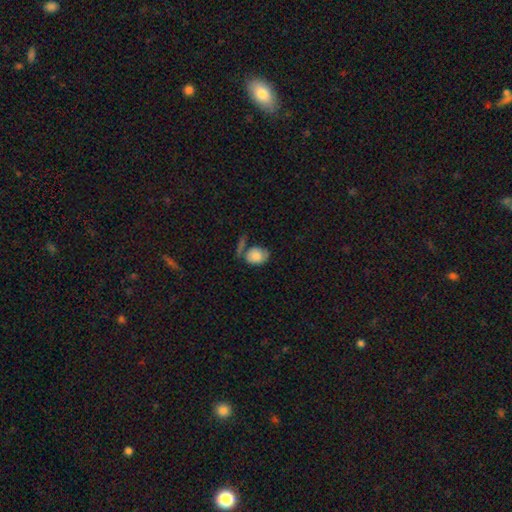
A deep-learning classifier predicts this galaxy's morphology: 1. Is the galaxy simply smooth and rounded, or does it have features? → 80% smooth, 12% featured or disk, 8% star or artifact.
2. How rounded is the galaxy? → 59% in between, 40% round, 1% cigar-shaped.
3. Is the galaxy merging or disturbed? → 49% none, 22% minor disturbance, 18% merger, 11% major disturbance.